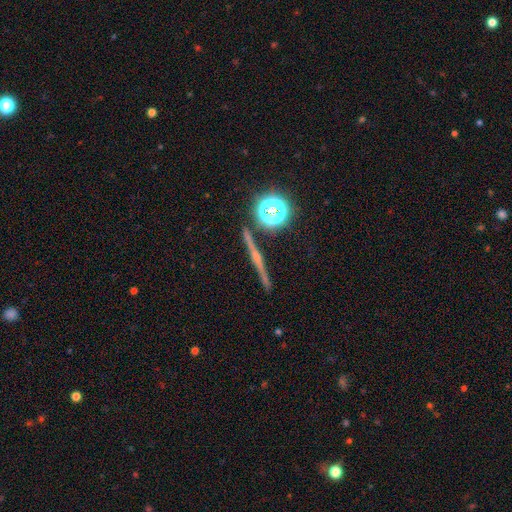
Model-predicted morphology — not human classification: Smooth or featured? featured or disk (66%)
Edge-on disk? yes (96%)
Edge-on bulge? rounded (71%)
Merging? none (90%)